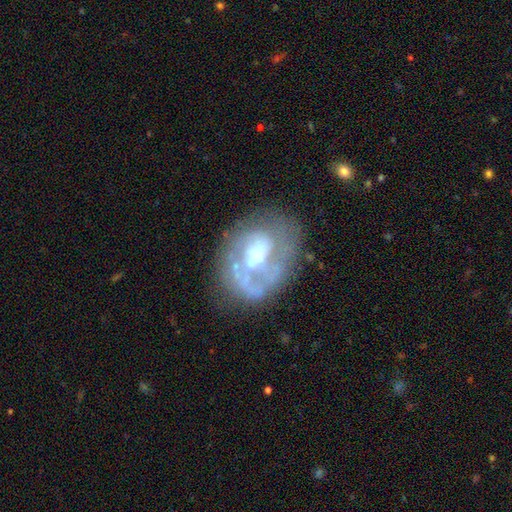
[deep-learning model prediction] Smooth or featured? featured or disk (73%)
Edge-on disk? no (97%)
Bar? no (59%)
Spiral arms? yes (61%)
Bulge size? moderate (53%)
Merging? none (50%)